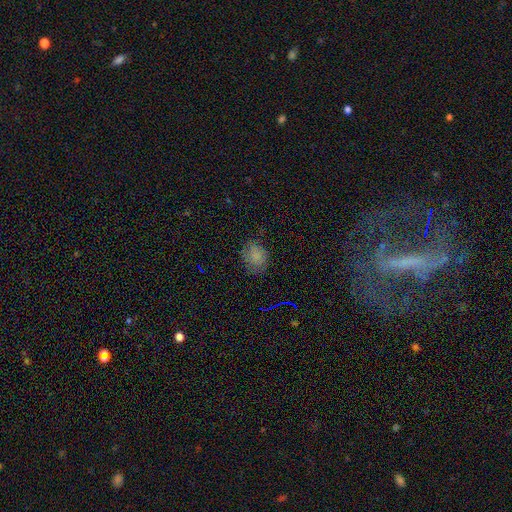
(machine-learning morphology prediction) type=smooth (73%); roundness=in between (51%); merging=none (67%).